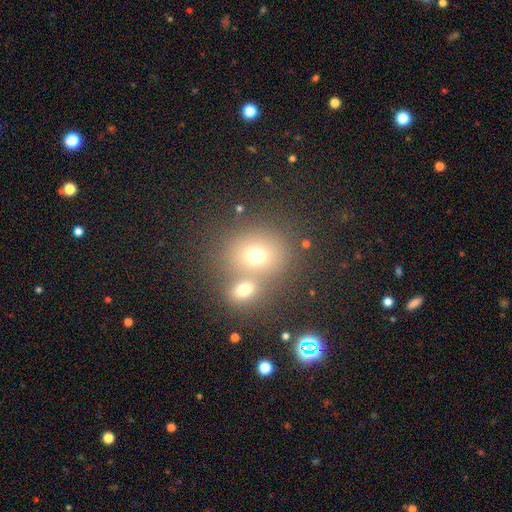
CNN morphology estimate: type=smooth (69%); roundness=round (70%); merging=none (46%).